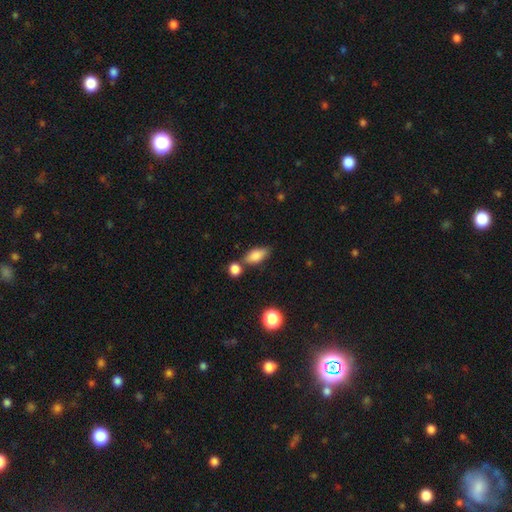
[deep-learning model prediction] Smooth or featured? Predicted: smooth (p=0.81). How rounded? Predicted: in between (p=0.83). Merging? Predicted: none (p=0.59).